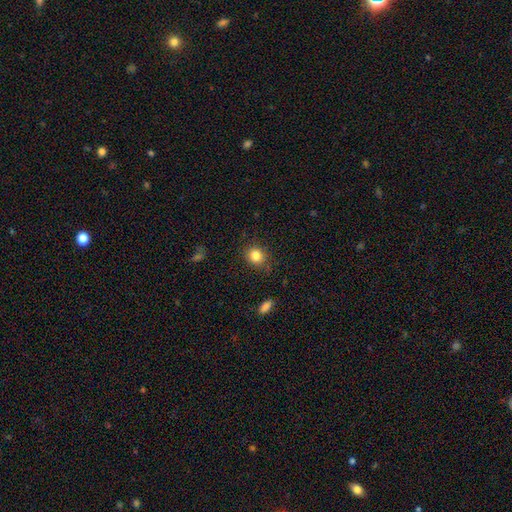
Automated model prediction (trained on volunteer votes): Smooth or featured? Predicted: smooth (p=0.83). How rounded? Predicted: round (p=0.69). Merging? Predicted: none (p=0.83).